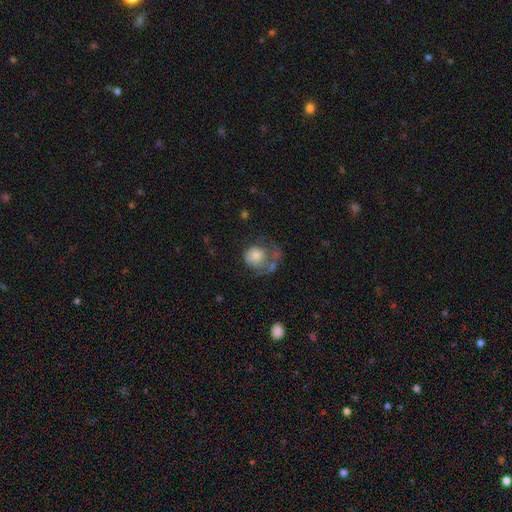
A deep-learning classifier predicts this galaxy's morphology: type=smooth (61%); roundness=round (68%); merging=major disturbance (46%).